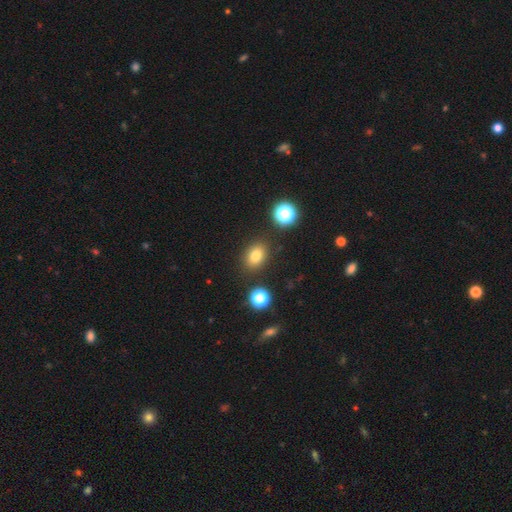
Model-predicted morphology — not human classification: A smooth galaxy with no disk features (79%) that is in between round and cigar-shaped (60%).

Vote fractions:
- Smooth or featured? smooth: 79% / star or artifact: 14% / featured or disk: 8%
- How rounded? in between: 60% / round: 38% / cigar-shaped: 1%
- Merging? none: 84% / minor disturbance: 9% / merger: 3% / major disturbance: 3%